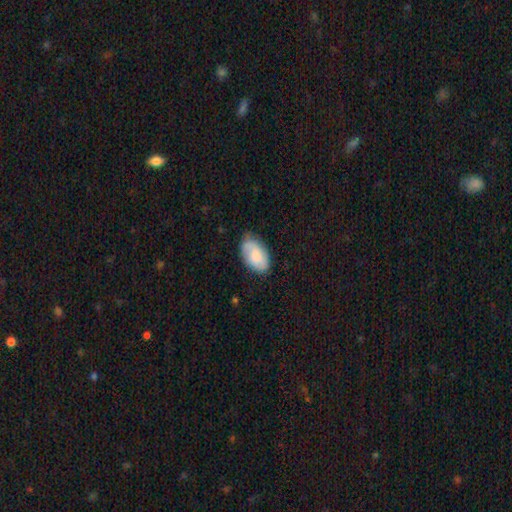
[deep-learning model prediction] Smooth or featured? Predicted: smooth (p=0.65). How rounded? Predicted: in between (p=0.93). Merging? Predicted: none (p=0.74).